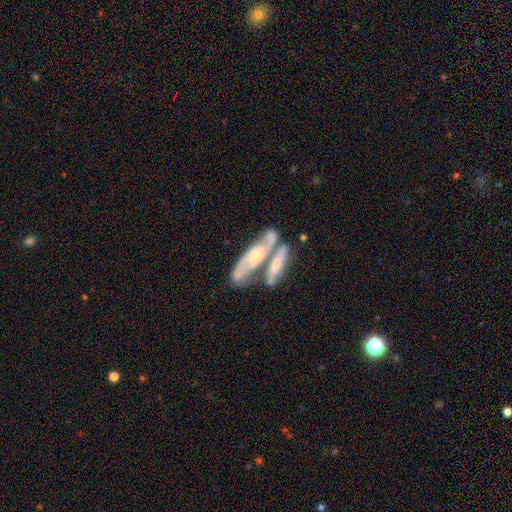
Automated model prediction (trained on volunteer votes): Morphology: type=featured or disk (74%); edge-on=no (76%); bar=no (58%); spiral arms=yes (82%); bulge=small (58%); merging=merger (50%).